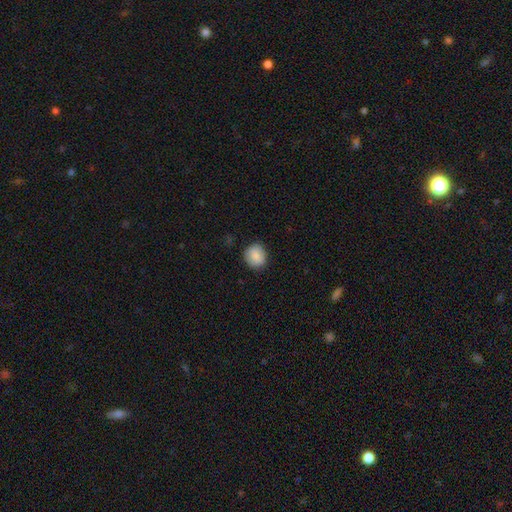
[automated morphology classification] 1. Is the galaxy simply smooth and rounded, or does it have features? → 85% smooth, 8% star or artifact, 7% featured or disk.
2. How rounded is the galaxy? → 79% round, 20% in between, 1% cigar-shaped.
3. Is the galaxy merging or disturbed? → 85% none, 11% minor disturbance, 3% major disturbance, 1% merger.